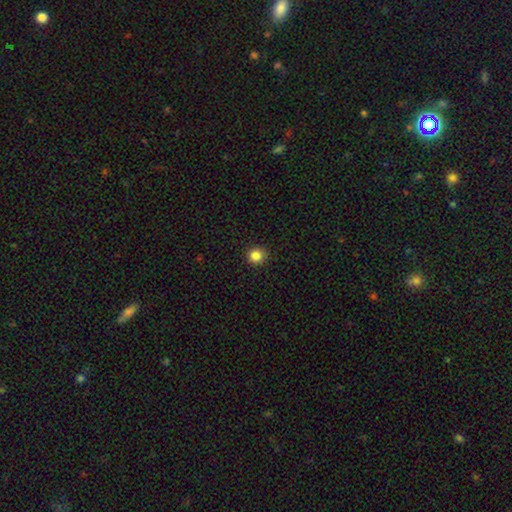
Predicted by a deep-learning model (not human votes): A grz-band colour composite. It shows a smooth galaxy with no disk features (84%) that is round (92%). Merging: none (91%).